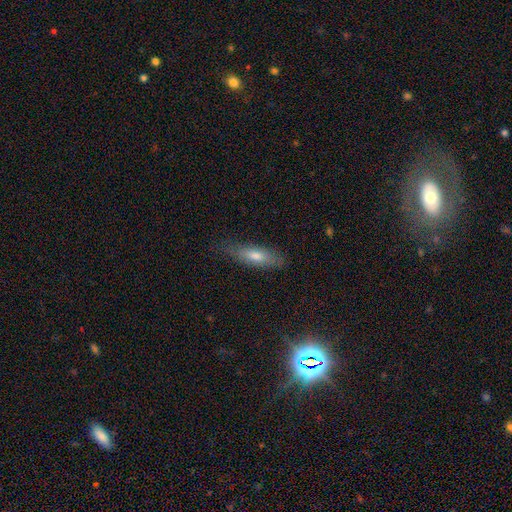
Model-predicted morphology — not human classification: smooth-or-featured: smooth: 66% | featured or disk: 26% | star or artifact: 8%
  how-rounded: cigar-shaped: 55% | in between: 43% | round: 2%
  merging: none: 76% | minor disturbance: 18% | major disturbance: 4% | merger: 1%